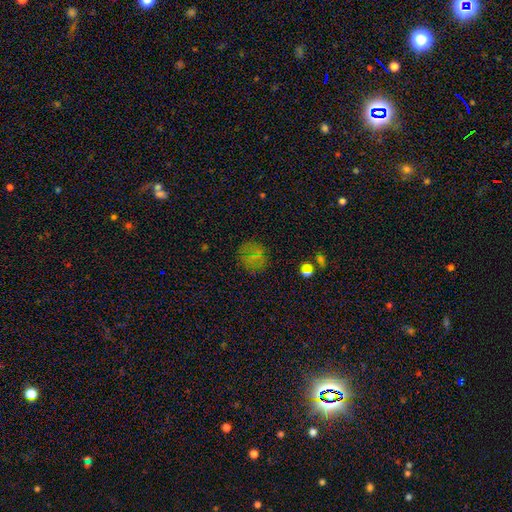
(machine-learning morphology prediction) type=smooth (52%); roundness=round (80%); merging=none (76%).